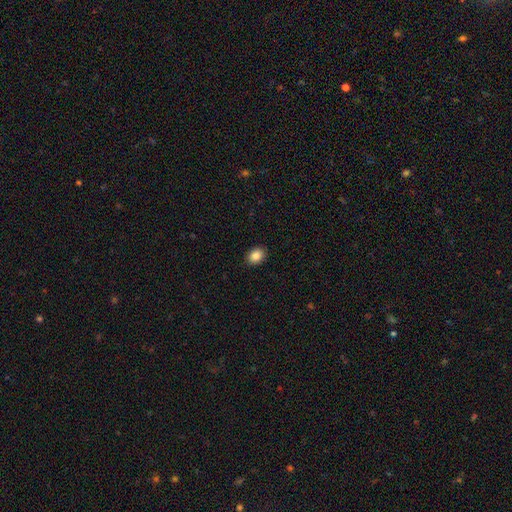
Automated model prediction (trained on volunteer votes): The model was most divided on "how rounded": in between: 65%, round: 34%, cigar-shaped: 1%. More confident: merging — none (91%); smooth or featured — smooth (87%).